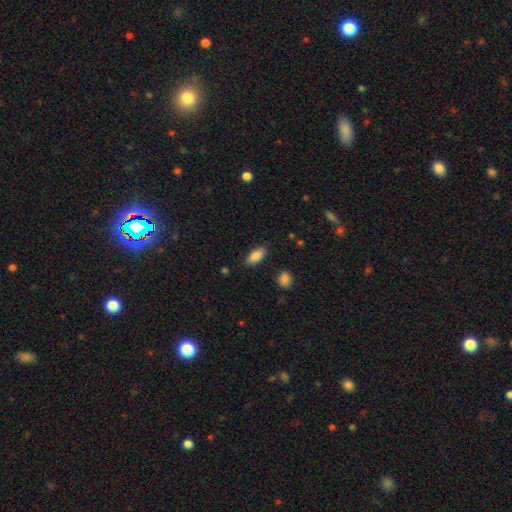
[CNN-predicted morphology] A smooth galaxy with no disk features (86%) that is in between round and cigar-shaped (86%).

Vote fractions:
- Smooth or featured? smooth: 86% / star or artifact: 7% / featured or disk: 7%
- How rounded? in between: 86% / cigar-shaped: 11% / round: 3%
- Merging? none: 84% / minor disturbance: 12% / major disturbance: 3% / merger: 2%